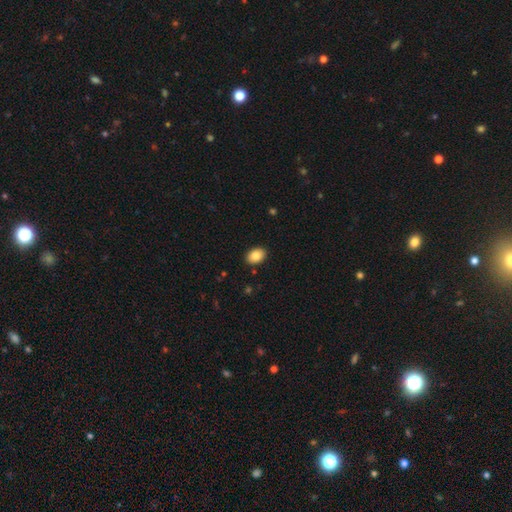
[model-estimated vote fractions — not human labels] Overall: smooth (85%). How rounded: in between (83%). Merging: none (89%).